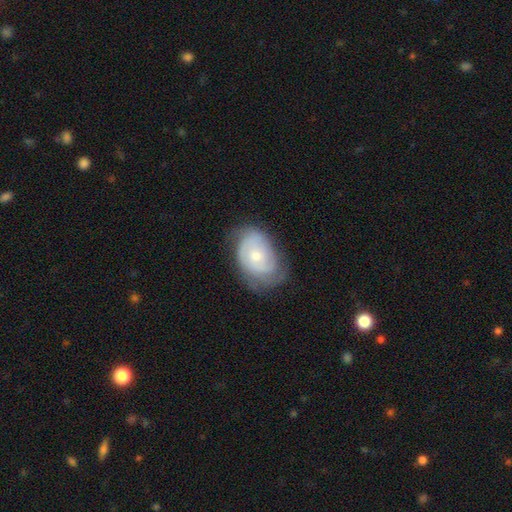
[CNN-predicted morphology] Q: Smooth or featured?
A: featured or disk (67%); runner-up: smooth (27%)
Q: Edge-on disk?
A: no (96%); runner-up: yes (4%)
Q: Bar?
A: no (76%); runner-up: weak (21%)
Q: Spiral arms?
A: yes (85%); runner-up: no (15%)
Q: Spiral winding?
A: tight (59%); runner-up: medium (30%)
Q: Spiral arm count?
A: can't tell (40%); runner-up: 2 (34%)
Q: Bulge size?
A: small (50%); runner-up: moderate (45%)
Q: Merging?
A: none (62%); runner-up: minor disturbance (26%)